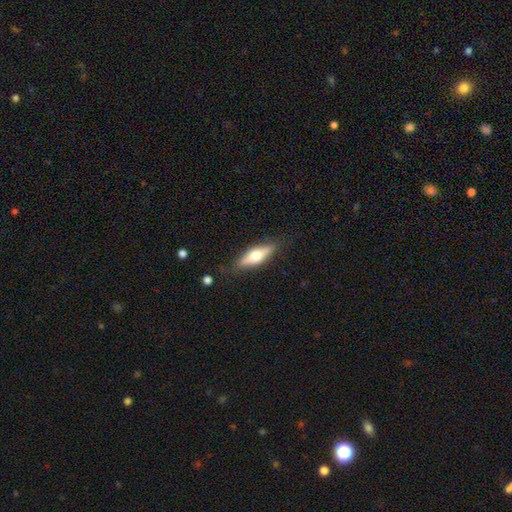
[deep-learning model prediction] A smooth galaxy with no disk features (52%) that is in between round and cigar-shaped (50%). Merging: none (83%).